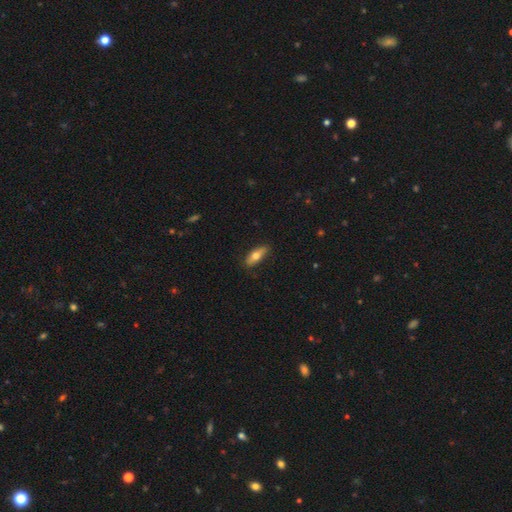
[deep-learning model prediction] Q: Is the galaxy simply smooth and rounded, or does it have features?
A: smooth — 65%.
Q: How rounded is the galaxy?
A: in between — 62%.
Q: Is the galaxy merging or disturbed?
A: none — 81%.